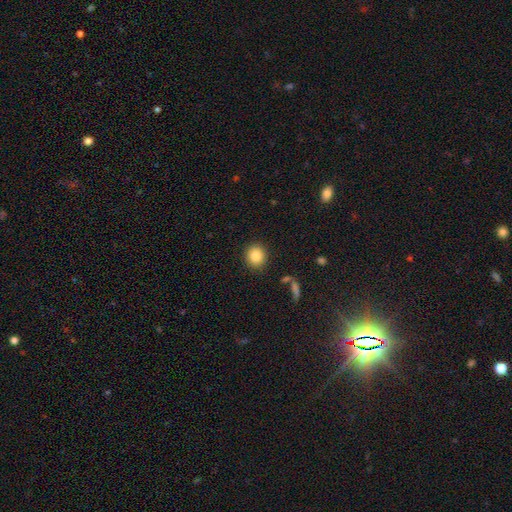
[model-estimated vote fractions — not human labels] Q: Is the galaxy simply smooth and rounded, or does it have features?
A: smooth — 86%.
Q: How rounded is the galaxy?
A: round — 82%.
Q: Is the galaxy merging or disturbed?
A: none — 89%.